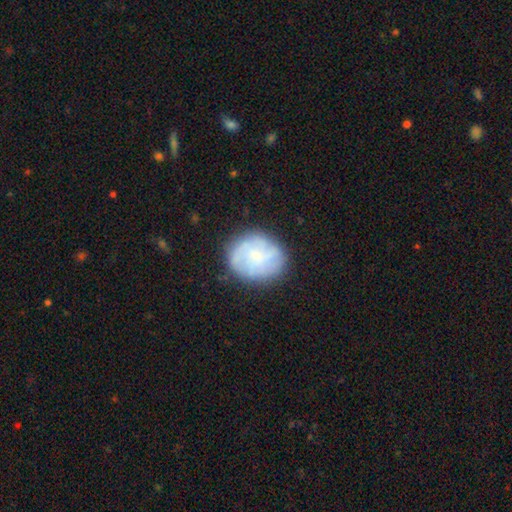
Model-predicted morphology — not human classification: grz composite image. It shows a featured or disk galaxy (48%). Merging: none (76%).